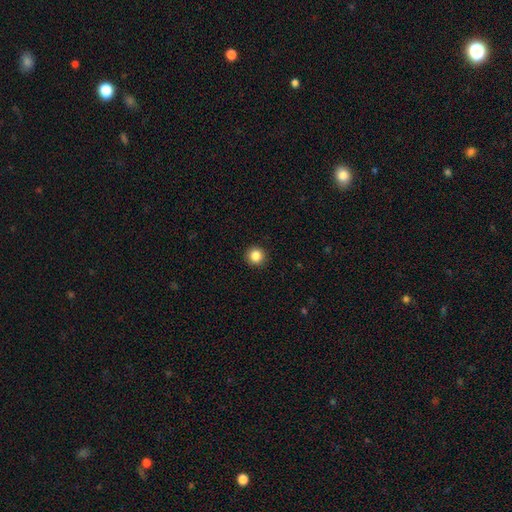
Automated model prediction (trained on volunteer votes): Morphology: type=smooth (86%); roundness=round (95%); merging=none (93%).